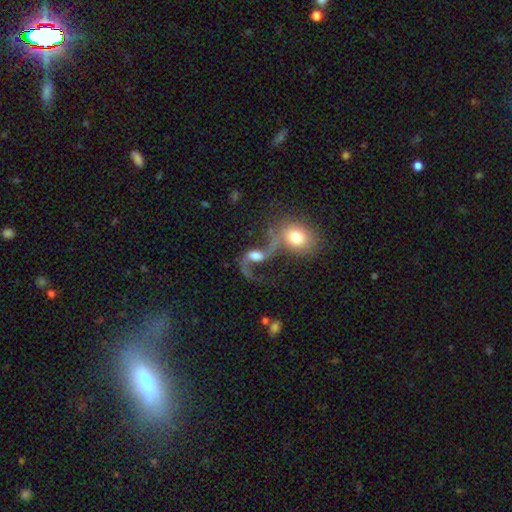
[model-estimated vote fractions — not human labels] featured or disk 71%, smooth 19%, star or artifact 10%. Down the decision tree: edge-on disk — no (95%); bar — no (44%); spiral arms — yes (86%); spiral arm count — 2 (84%); spiral winding — loose (88%); bulge size — moderate (38%); merging — merger (40%).